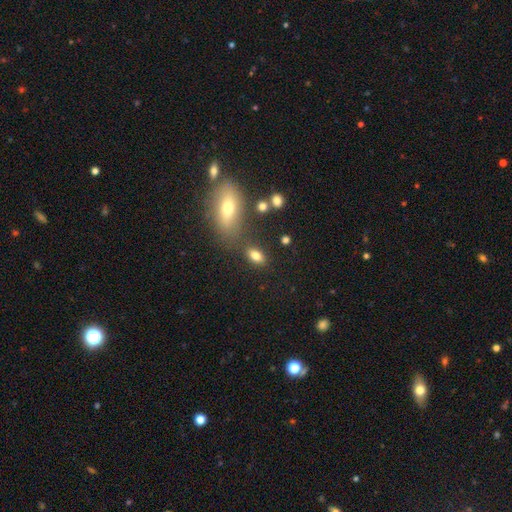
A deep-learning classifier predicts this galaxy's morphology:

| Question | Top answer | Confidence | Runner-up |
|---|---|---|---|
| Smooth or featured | smooth | 80% | featured or disk (10%) |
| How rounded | in between | 86% | round (9%) |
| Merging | none | 75% | minor disturbance (12%) |